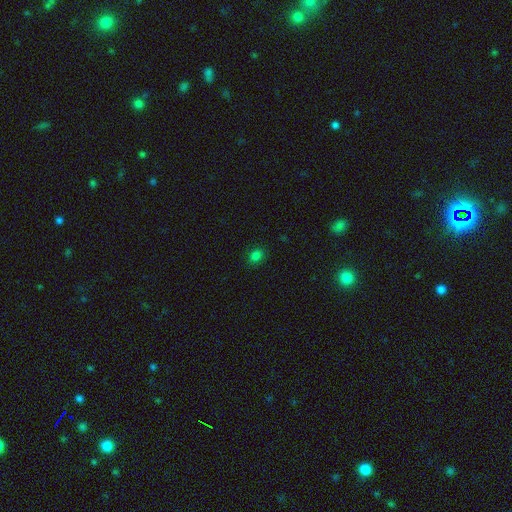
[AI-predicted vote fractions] Smooth or featured?
  - smooth: 79% *
  - star or artifact: 16%
  - featured or disk: 4%
How rounded?
  - in between: 54% *
  - round: 45%
  - cigar-shaped: 1%
Merging?
  - none: 88% *
  - minor disturbance: 9%
  - major disturbance: 2%
  - merger: 1%